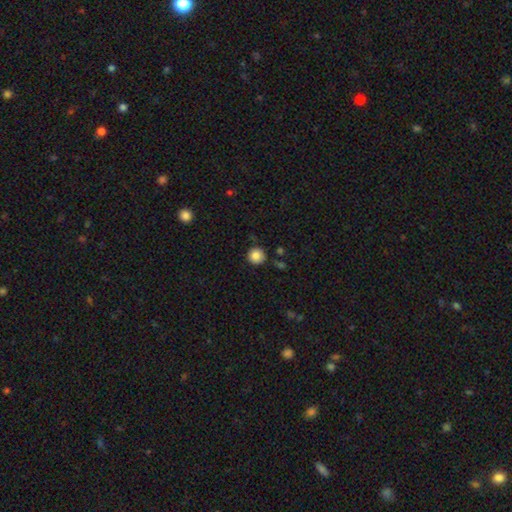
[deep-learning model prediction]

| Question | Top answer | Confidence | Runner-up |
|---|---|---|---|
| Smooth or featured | smooth | 84% | star or artifact (10%) |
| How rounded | round | 95% | in between (4%) |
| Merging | none | 86% | minor disturbance (9%) |